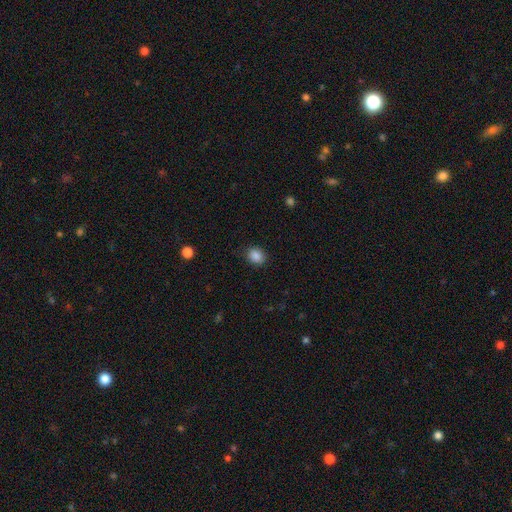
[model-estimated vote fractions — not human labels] Overall: smooth (87%). How rounded: round (57%; in between 42%). Merging: none (86%).